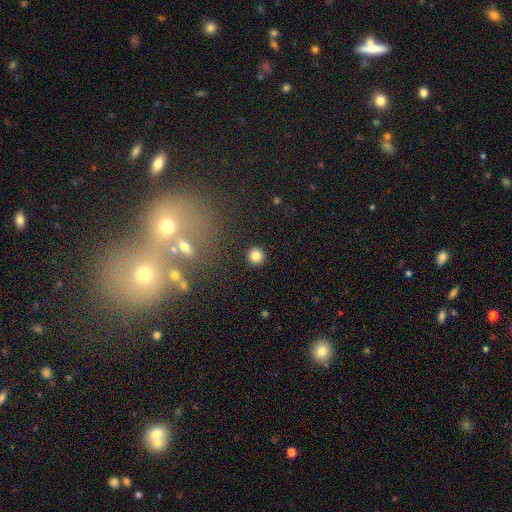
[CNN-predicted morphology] smooth 82%, star or artifact 12%, featured or disk 6%. Down the decision tree: how rounded — round (94%); merging — none (92%).